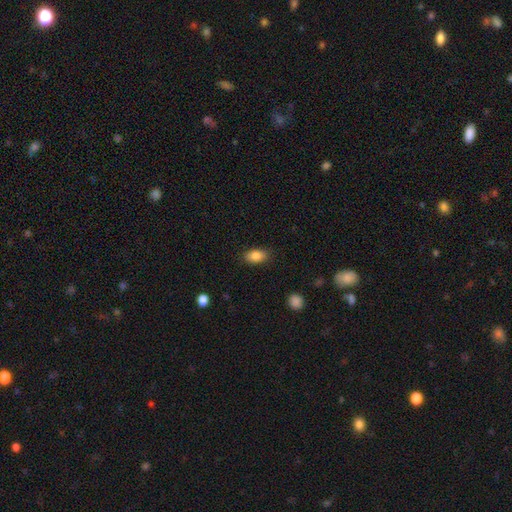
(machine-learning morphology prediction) type=smooth (85%); roundness=in between (89%); merging=none (87%).